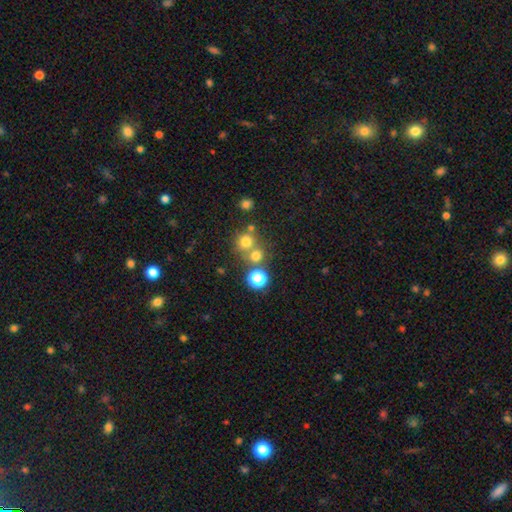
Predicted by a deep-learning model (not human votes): smooth 69%, star or artifact 22%, featured or disk 10%. Down the decision tree: how rounded — round (89%); merging — none (58%).